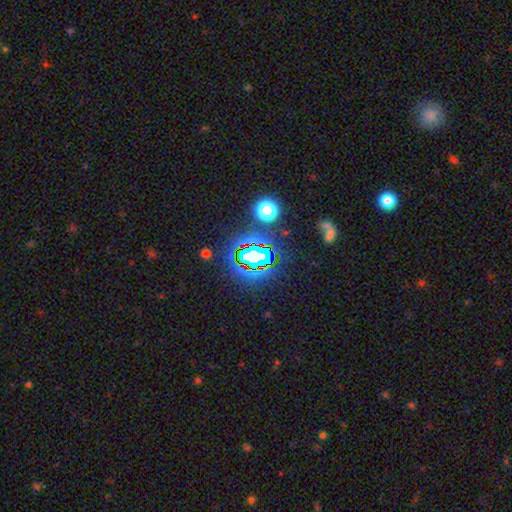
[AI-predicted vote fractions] star or artifact 74%, smooth 17%, featured or disk 9%.